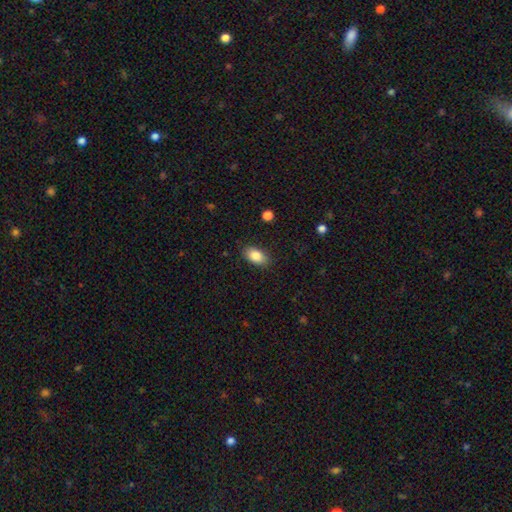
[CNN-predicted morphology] smooth-or-featured: smooth: 86% | star or artifact: 8% | featured or disk: 7%
  how-rounded: in between: 91% | round: 6% | cigar-shaped: 2%
  merging: none: 87% | minor disturbance: 10% | major disturbance: 3% | merger: 1%